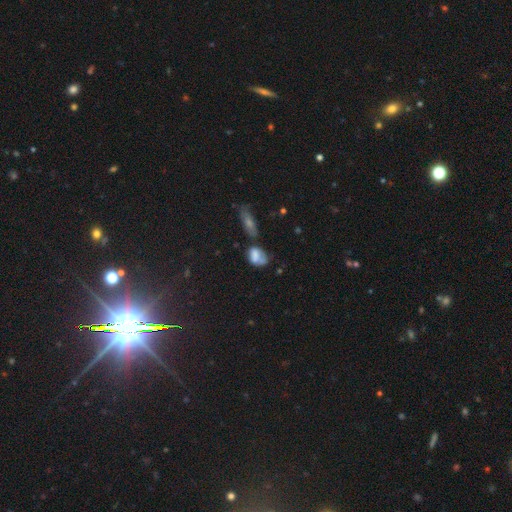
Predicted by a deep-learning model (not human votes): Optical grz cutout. It shows a smooth galaxy with no disk features (68%) that is in between round and cigar-shaped (77%). Merging: none (33%).